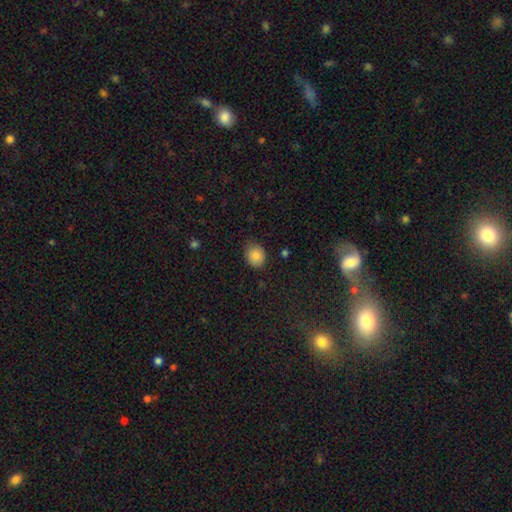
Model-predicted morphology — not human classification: This appears to be a smooth galaxy with no disk features (84%) that is round (67%). Merging: none (73%).